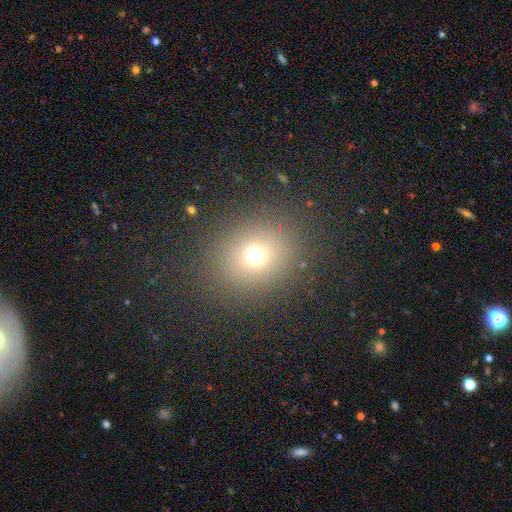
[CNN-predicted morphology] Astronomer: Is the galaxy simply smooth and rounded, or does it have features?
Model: smooth — 68%.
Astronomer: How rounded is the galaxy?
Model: round — 71%.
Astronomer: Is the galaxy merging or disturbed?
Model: none — 85%.